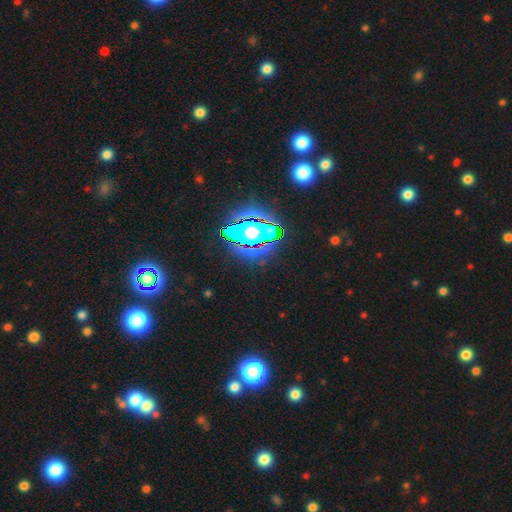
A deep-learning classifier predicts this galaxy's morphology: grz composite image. It shows a star or artifact, not a galaxy (83%).